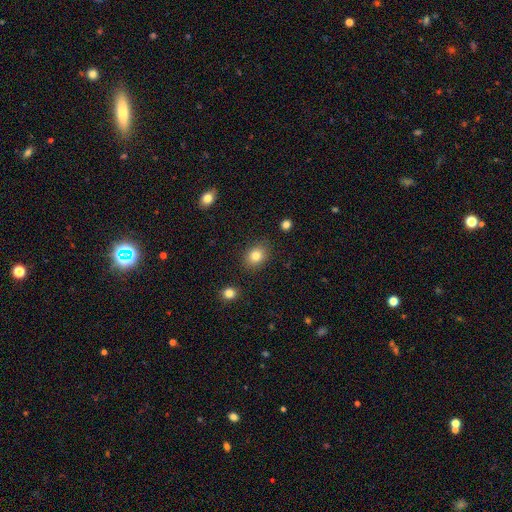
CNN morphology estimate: This appears to be a smooth galaxy with no disk features (83%) that is in between round and cigar-shaped (54%). Merging: none (86%).